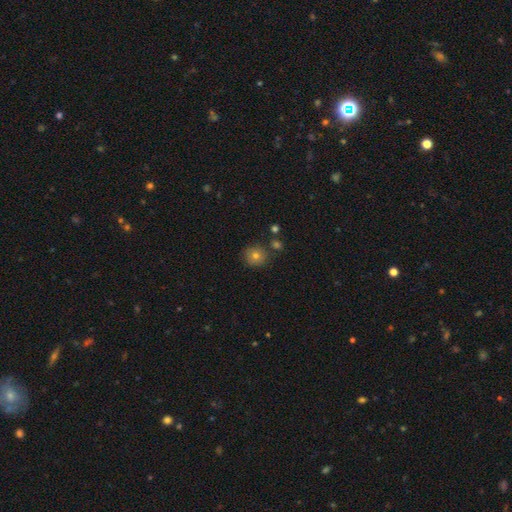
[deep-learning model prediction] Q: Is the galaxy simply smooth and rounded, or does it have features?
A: smooth — 73%.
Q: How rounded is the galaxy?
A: round — 90%.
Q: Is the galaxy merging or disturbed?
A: none — 80%.